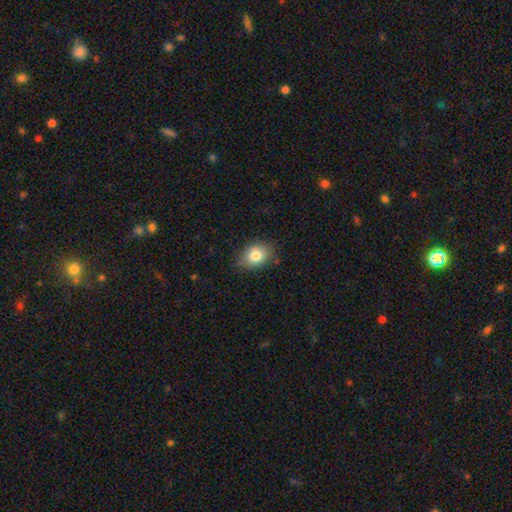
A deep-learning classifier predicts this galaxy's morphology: smooth 81%, star or artifact 10%, featured or disk 10%. Down the decision tree: how rounded — in between (56%); merging — none (77%).